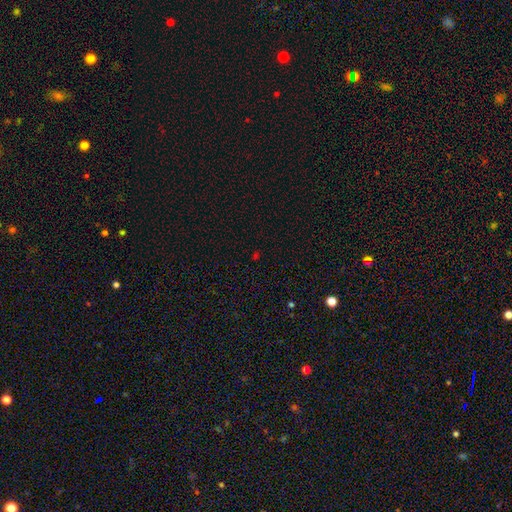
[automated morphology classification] This appears to be a star or artifact, not a galaxy (60%).